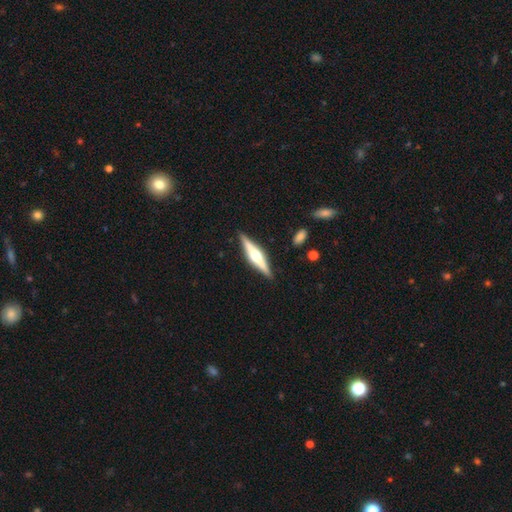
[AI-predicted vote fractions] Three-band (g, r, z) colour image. It shows a featured or disk galaxy (77%) viewed edge-on (98%) with a rounded central bulge (91%). Merging: none (89%).